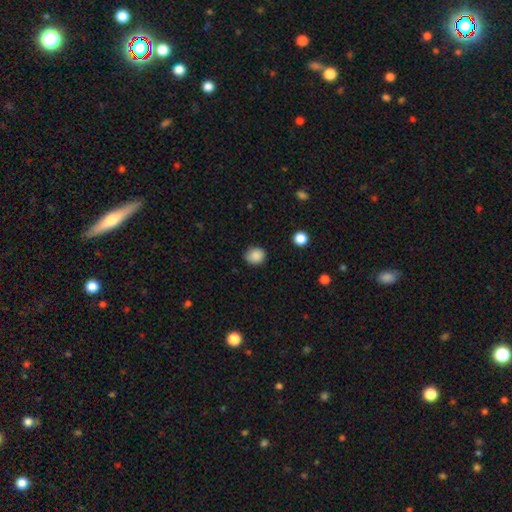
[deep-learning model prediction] Overall: smooth (87%). How rounded: round (78%). Merging: none (85%).